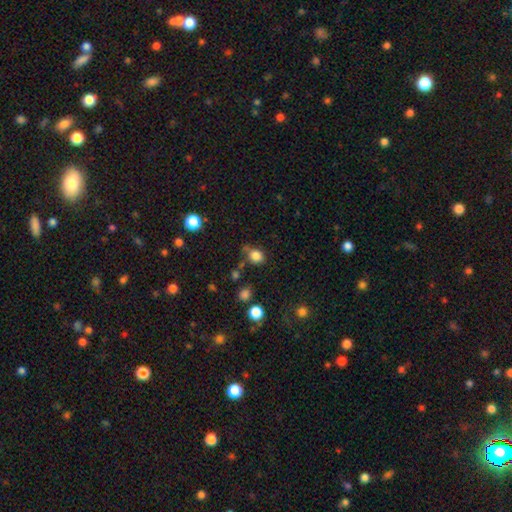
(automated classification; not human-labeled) The model was most divided on "how rounded": round: 59%, in between: 40%, cigar-shaped: 1%. More confident: smooth or featured — smooth (83%); merging — none (63%).